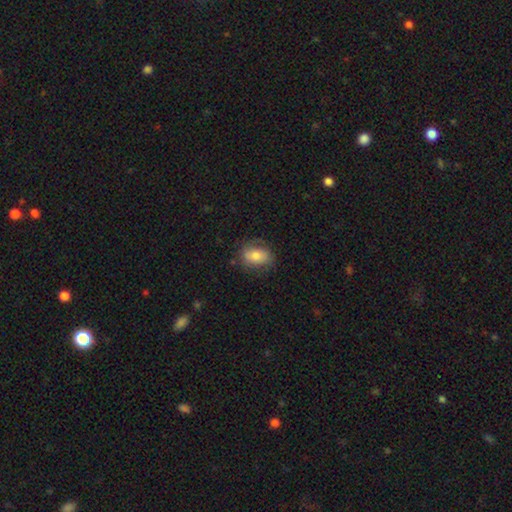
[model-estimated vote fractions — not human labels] Smooth or featured? Predicted: smooth (p=0.73). How rounded? Predicted: in between (p=0.79). Merging? Predicted: none (p=0.71).